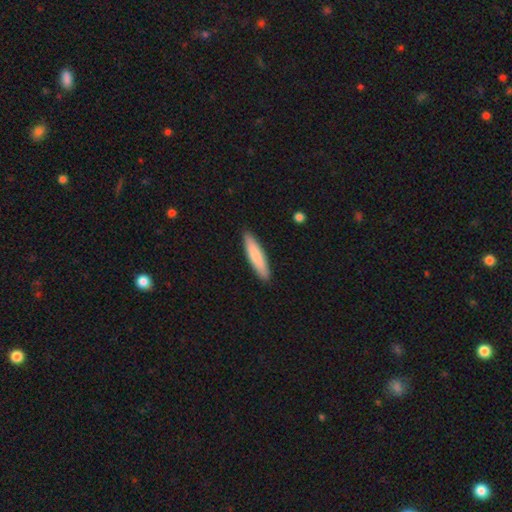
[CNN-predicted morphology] Q: Smooth or featured?
A: smooth (81%); runner-up: featured or disk (14%)
Q: How rounded?
A: cigar-shaped (83%); runner-up: in between (16%)
Q: Merging?
A: none (90%); runner-up: minor disturbance (7%)